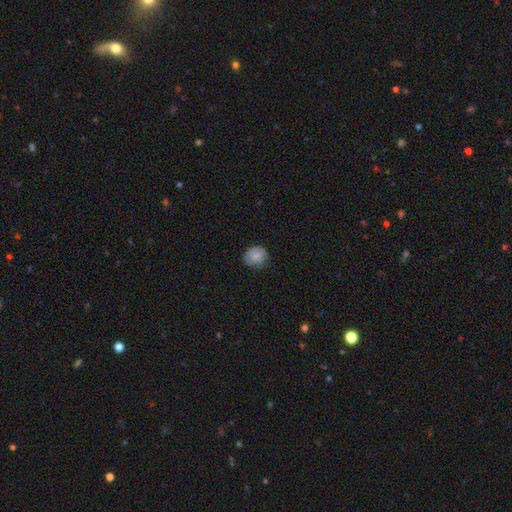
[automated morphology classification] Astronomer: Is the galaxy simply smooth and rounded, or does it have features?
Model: smooth — 82%.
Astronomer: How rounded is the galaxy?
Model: round — 76%.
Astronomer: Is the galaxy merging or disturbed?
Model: none — 76%.